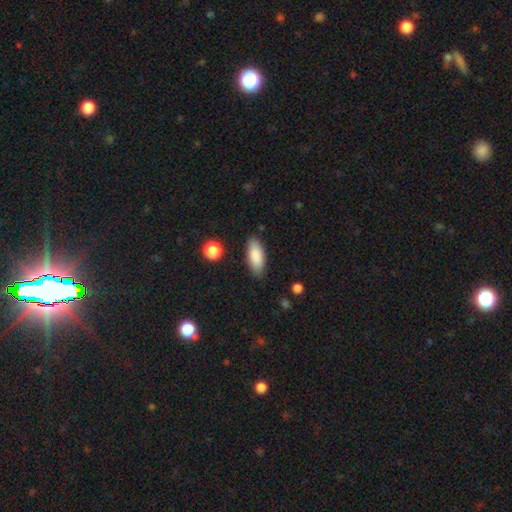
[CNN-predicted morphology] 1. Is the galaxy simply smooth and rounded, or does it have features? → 87% smooth, 7% featured or disk, 6% star or artifact.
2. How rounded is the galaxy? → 78% in between, 20% cigar-shaped, 2% round.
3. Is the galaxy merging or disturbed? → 84% none, 12% minor disturbance, 2% major disturbance, 2% merger.